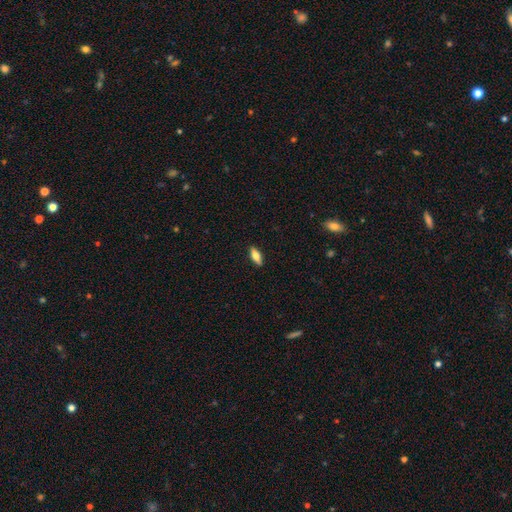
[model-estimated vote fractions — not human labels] Smooth or featured: smooth — 66% (featured or disk — 27%)
How rounded: in between — 70% (cigar-shaped — 27%)
Merging: none — 89% (minor disturbance — 8%)